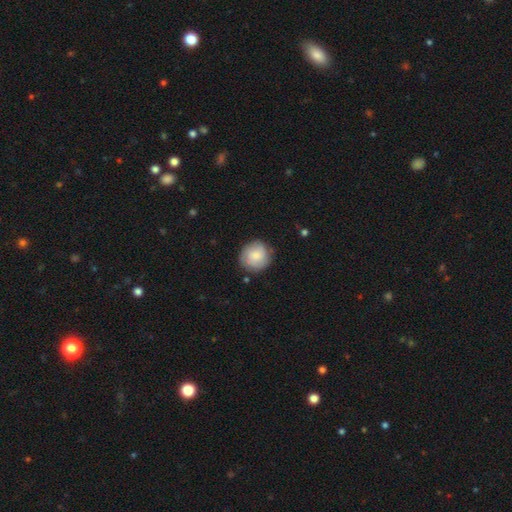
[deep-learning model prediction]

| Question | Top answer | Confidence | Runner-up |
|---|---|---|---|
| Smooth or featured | smooth | 77% | featured or disk (16%) |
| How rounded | round | 90% | in between (9%) |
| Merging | none | 81% | minor disturbance (14%) |